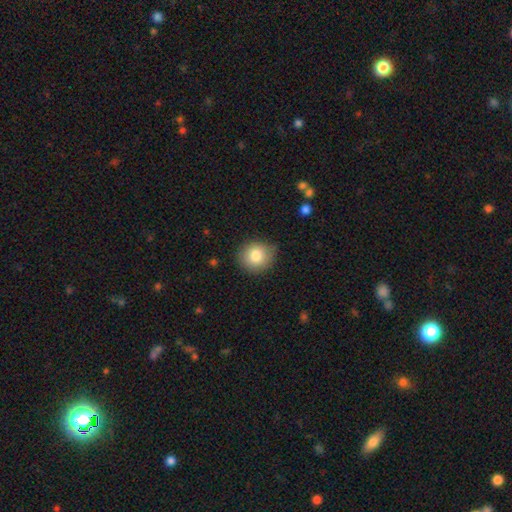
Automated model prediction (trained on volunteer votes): Smooth or featured?
  - smooth: 82% *
  - star or artifact: 9%
  - featured or disk: 9%
How rounded?
  - round: 86% *
  - in between: 13%
  - cigar-shaped: 1%
Merging?
  - none: 79% *
  - minor disturbance: 16%
  - major disturbance: 3%
  - merger: 2%